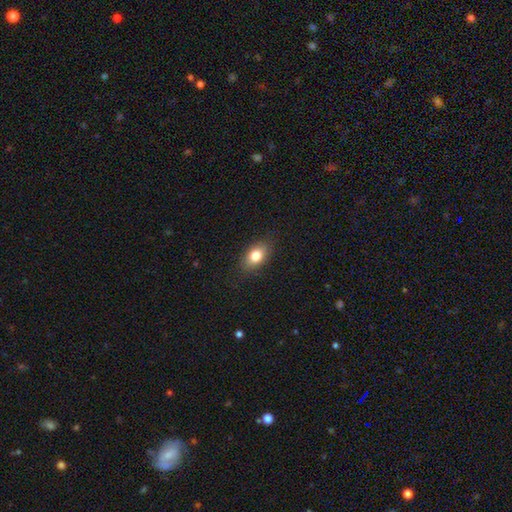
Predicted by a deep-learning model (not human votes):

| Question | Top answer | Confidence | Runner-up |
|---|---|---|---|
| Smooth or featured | smooth | 81% | featured or disk (11%) |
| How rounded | in between | 84% | round (13%) |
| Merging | none | 86% | minor disturbance (11%) |